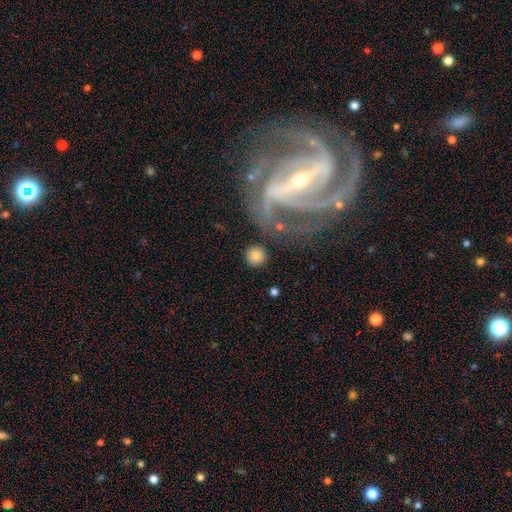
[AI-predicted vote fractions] smooth 81%, featured or disk 10%, star or artifact 8%. Down the decision tree: how rounded — round (94%); merging — none (84%).